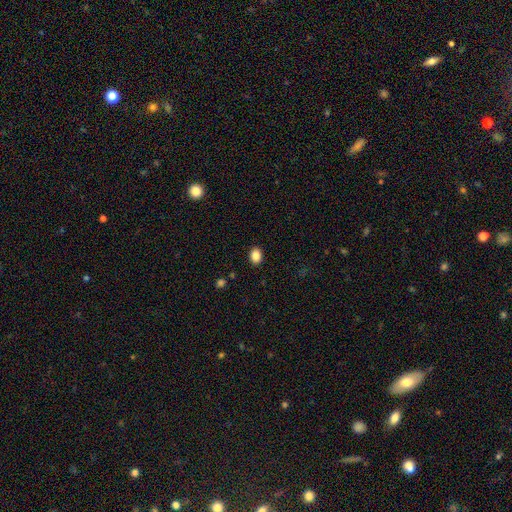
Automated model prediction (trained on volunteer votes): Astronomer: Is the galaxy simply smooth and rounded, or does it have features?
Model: smooth — 86%.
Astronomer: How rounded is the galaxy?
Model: in between — 65%.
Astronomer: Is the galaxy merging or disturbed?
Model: none — 90%.